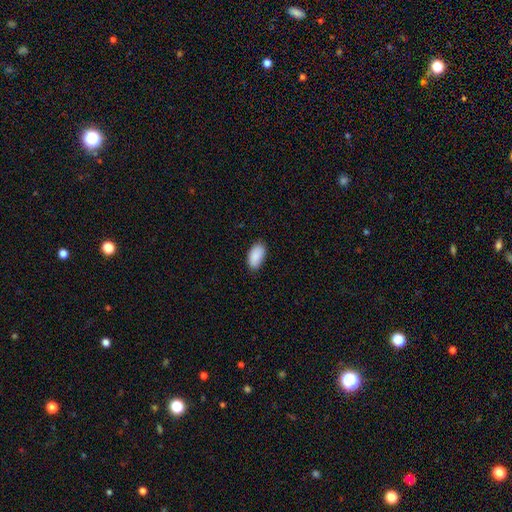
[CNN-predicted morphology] smooth_or_featured: smooth (p=0.91) [alt: star or artifact p=0.06]
how_rounded: in between (p=0.95) [alt: cigar-shaped p=0.03]
merging: none (p=0.85) [alt: minor disturbance p=0.12]